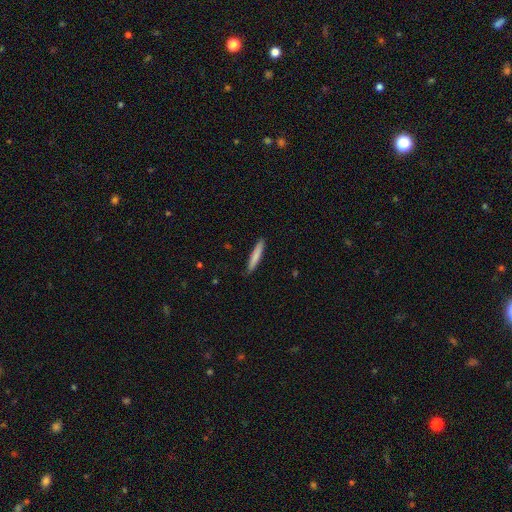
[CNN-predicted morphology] type=smooth (78%); roundness=cigar-shaped (93%); merging=none (88%).